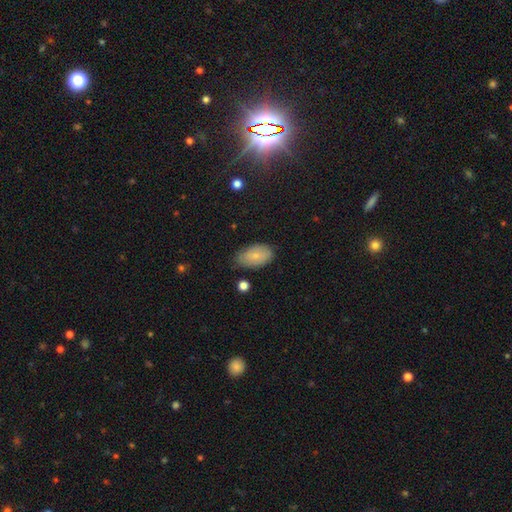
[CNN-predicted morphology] smooth-or-featured: smooth: 74% | featured or disk: 18% | star or artifact: 7%
  how-rounded: in between: 92% | round: 6% | cigar-shaped: 2%
  merging: none: 73% | minor disturbance: 21% | major disturbance: 4% | merger: 2%